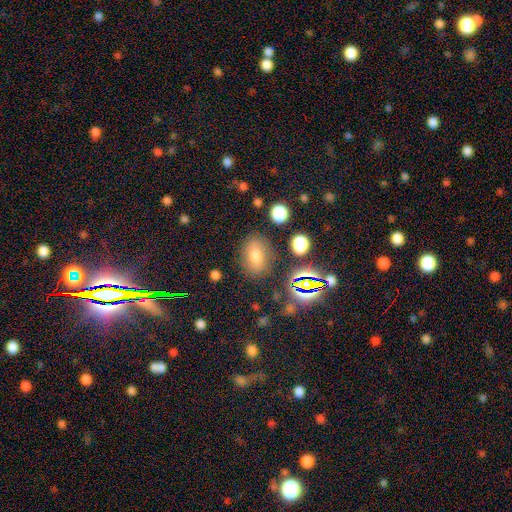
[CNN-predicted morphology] Smooth or featured?
  - smooth: 65% *
  - star or artifact: 21%
  - featured or disk: 15%
How rounded?
  - in between: 73% *
  - round: 25%
  - cigar-shaped: 2%
Merging?
  - none: 80% *
  - minor disturbance: 12%
  - major disturbance: 4%
  - merger: 4%